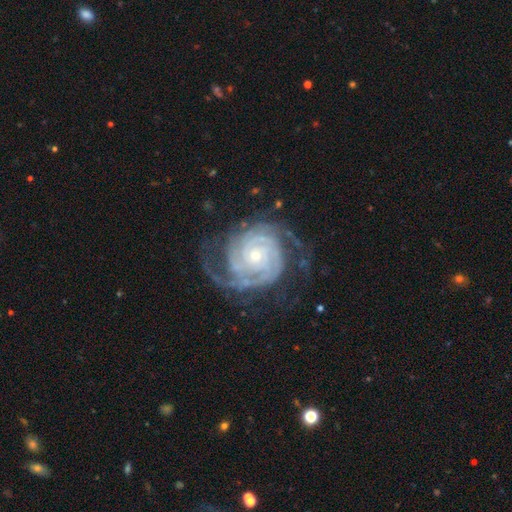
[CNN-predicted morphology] A featured or disk galaxy (92%) with no bar (74%), 2 (33%) tight (75%) spiral arms (98%) and a small central bulge (70%). Merging: none (69%).